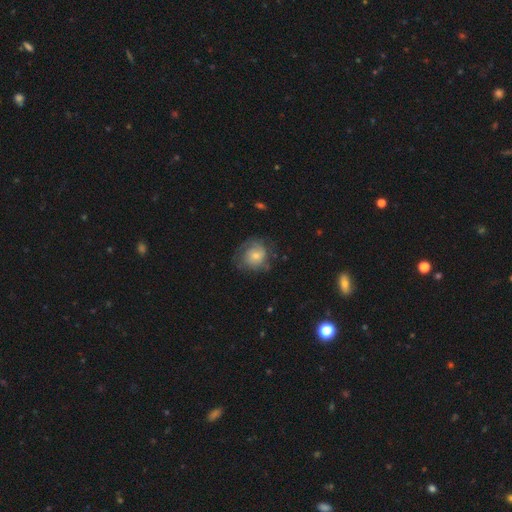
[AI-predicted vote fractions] smooth 47%, featured or disk 45%, star or artifact 8%. Down the decision tree: merging — none (60%).